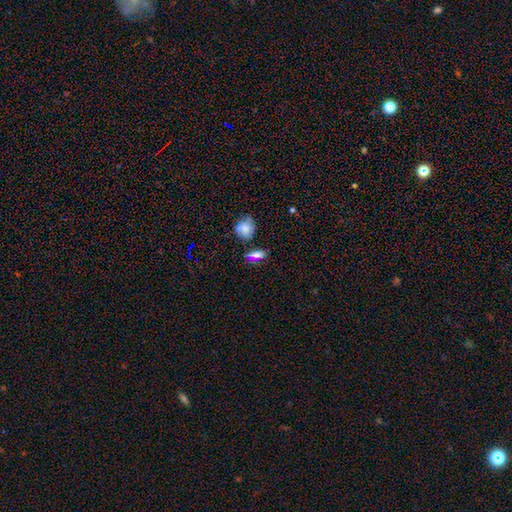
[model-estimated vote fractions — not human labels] This appears to be a smooth galaxy with no disk features (72%) that is in between round and cigar-shaped (61%). Merging: none (77%).